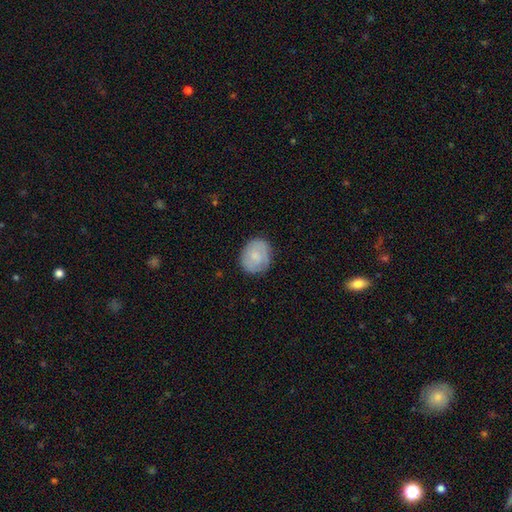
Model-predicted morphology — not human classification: Smooth or featured? Predicted: smooth (p=0.67). How rounded? Predicted: round (p=0.64). Merging? Predicted: none (p=0.81).